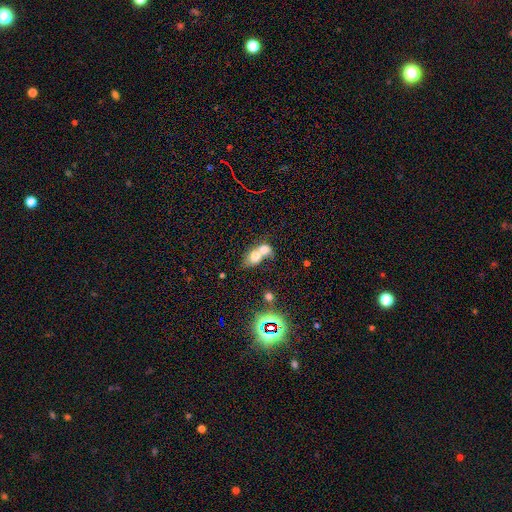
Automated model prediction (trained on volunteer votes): smooth 67%, featured or disk 21%, star or artifact 12%. Down the decision tree: how rounded — in between (58%); merging — merger (76%).